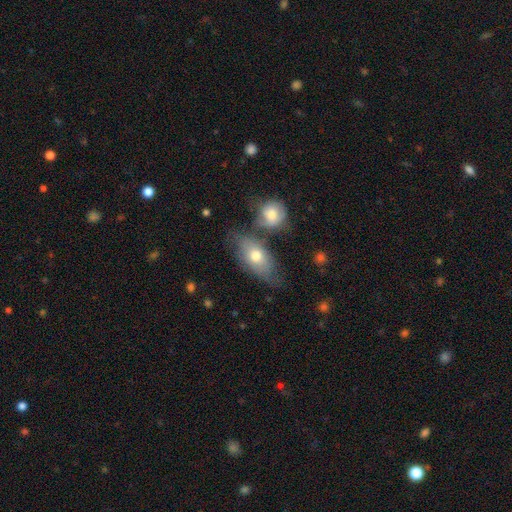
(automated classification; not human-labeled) The model was most divided on "merging": none: 48%, merger: 24%, minor disturbance: 19%, major disturbance: 9%. More confident: how rounded — in between (84%); smooth or featured — smooth (70%).